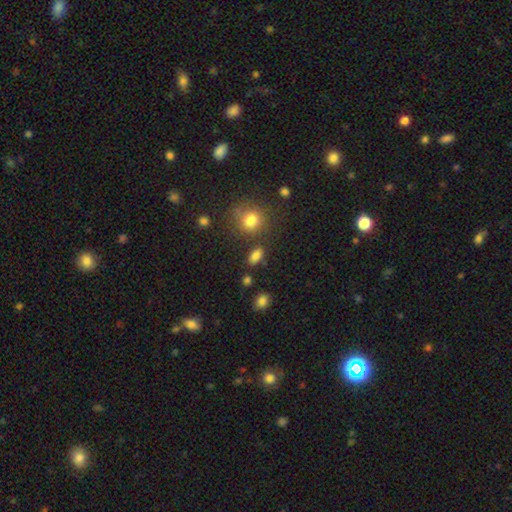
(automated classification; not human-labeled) smooth-or-featured: smooth: 82% | star or artifact: 12% | featured or disk: 7%
  how-rounded: in between: 85% | round: 11% | cigar-shaped: 4%
  merging: none: 78% | minor disturbance: 12% | merger: 6% | major disturbance: 4%